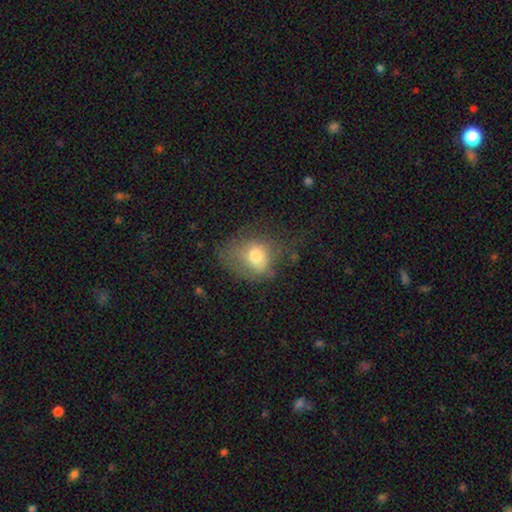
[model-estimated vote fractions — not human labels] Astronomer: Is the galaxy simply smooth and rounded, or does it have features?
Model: smooth — 68%.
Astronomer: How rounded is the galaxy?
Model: round — 51% (runner-up: in between, 48%).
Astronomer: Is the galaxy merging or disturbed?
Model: none — 36% (runner-up: major disturbance, 34%).